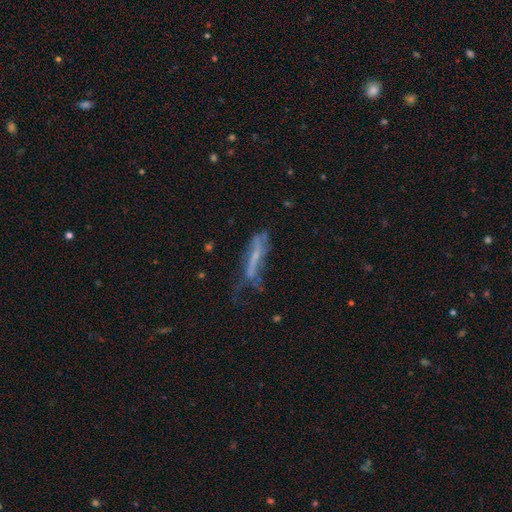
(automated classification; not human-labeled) Smooth or featured? Predicted: featured or disk (p=0.54). Edge-on disk? Predicted: no (p=0.51). Merging? Predicted: major disturbance (p=0.34, tied with none).